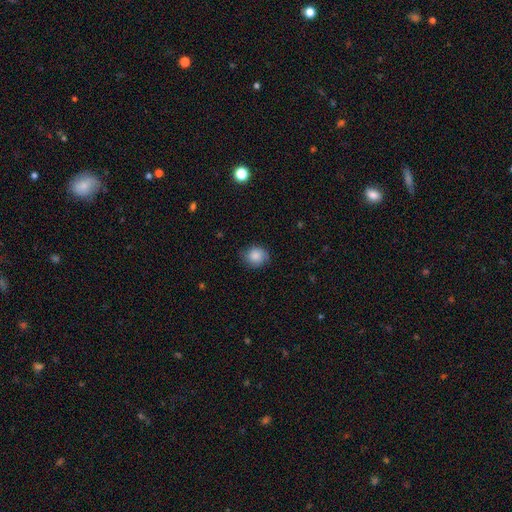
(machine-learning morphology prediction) The model was most divided on "how rounded": round: 77%, in between: 22%, cigar-shaped: 1%. More confident: smooth or featured — smooth (83%); merging — none (75%).